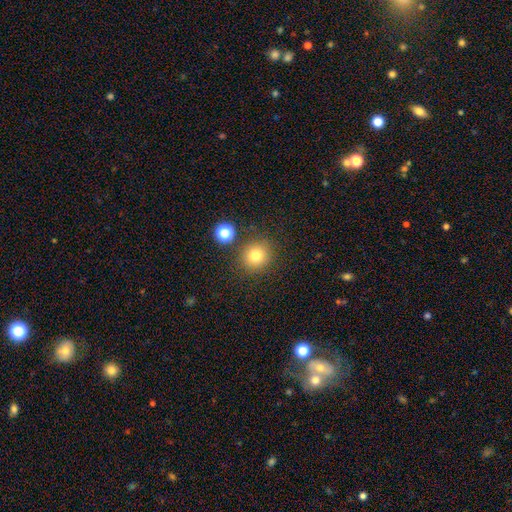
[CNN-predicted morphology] smooth_or_featured: smooth (p=0.77) [alt: star or artifact p=0.15]
how_rounded: round (p=0.91) [alt: in between p=0.08]
merging: none (p=0.83) [alt: minor disturbance p=0.08]